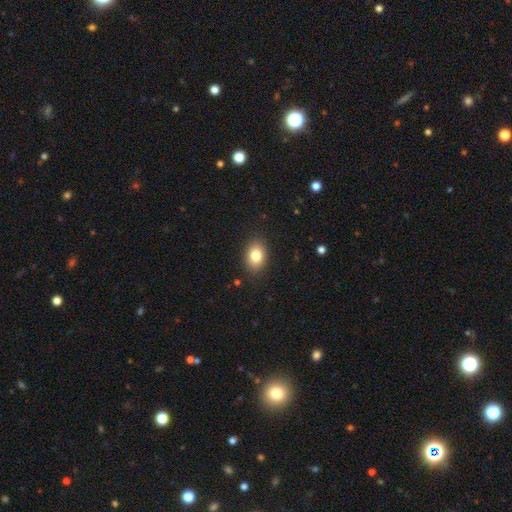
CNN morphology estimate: Smooth or featured: smooth — 81% (featured or disk — 10%)
How rounded: in between — 75% (round — 24%)
Merging: none — 87% (minor disturbance — 9%)